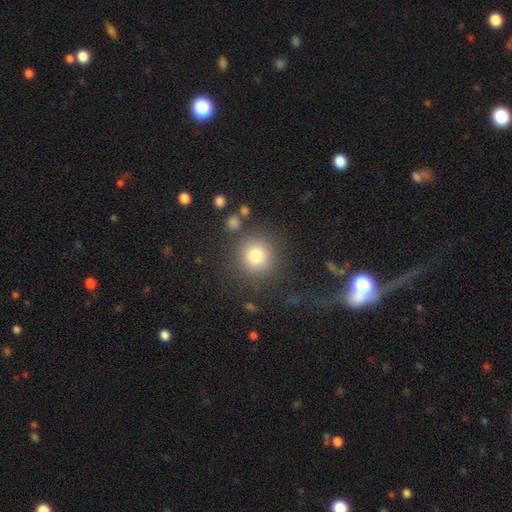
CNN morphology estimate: A smooth galaxy with no disk features (80%) that is round (93%). Merging: none (82%).